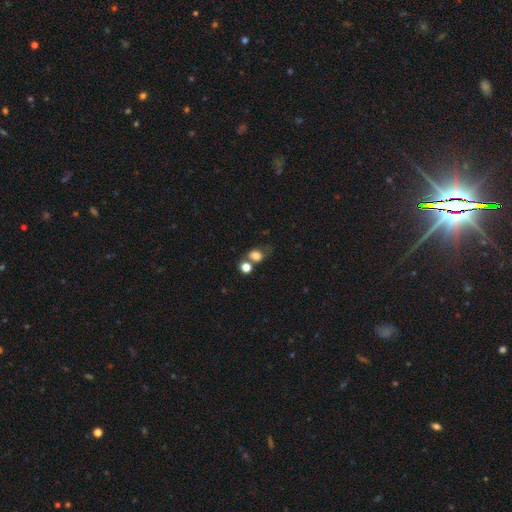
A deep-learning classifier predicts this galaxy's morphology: smooth-or-featured: smooth: 77% | star or artifact: 13% | featured or disk: 10%
  how-rounded: in between: 51% | round: 48% | cigar-shaped: 1%
  merging: none: 41% | merger: 30% | minor disturbance: 17% | major disturbance: 11%